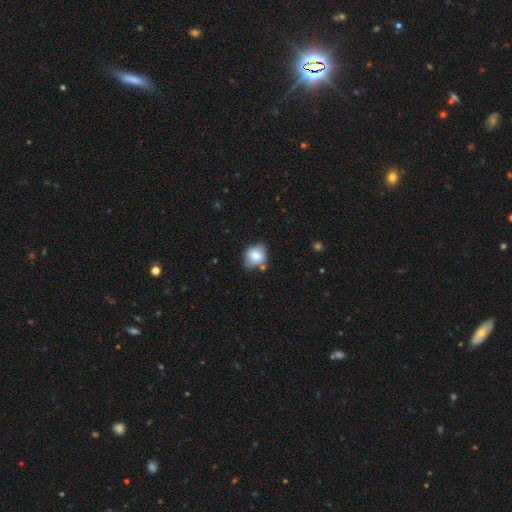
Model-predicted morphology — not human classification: smooth_or_featured: smooth (p=0.74) [alt: featured or disk p=0.17]
how_rounded: round (p=0.58) [alt: in between p=0.41]
merging: none (p=0.60) [alt: minor disturbance p=0.25]